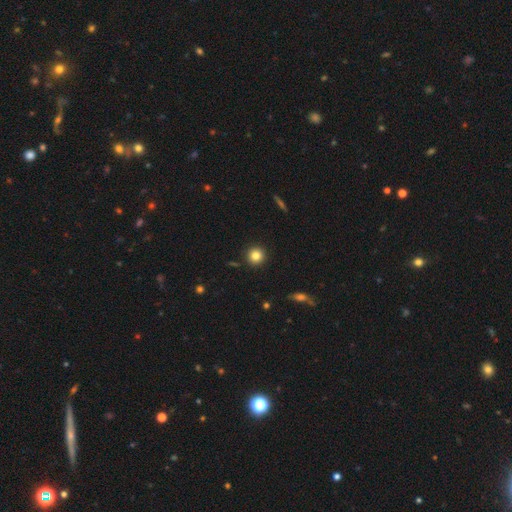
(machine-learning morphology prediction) Smooth or featured?
  - smooth: 83% *
  - star or artifact: 11%
  - featured or disk: 6%
How rounded?
  - round: 95% *
  - in between: 4%
  - cigar-shaped: 1%
Merging?
  - none: 92% *
  - minor disturbance: 5%
  - major disturbance: 2%
  - merger: 1%